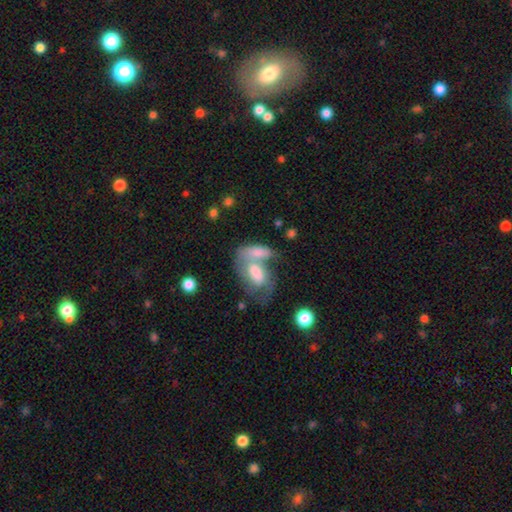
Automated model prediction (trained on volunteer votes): Smooth or featured: smooth — 59% (featured or disk — 33%)
How rounded: in between — 85% (cigar-shaped — 9%)
Merging: merger — 59% (none — 23%)